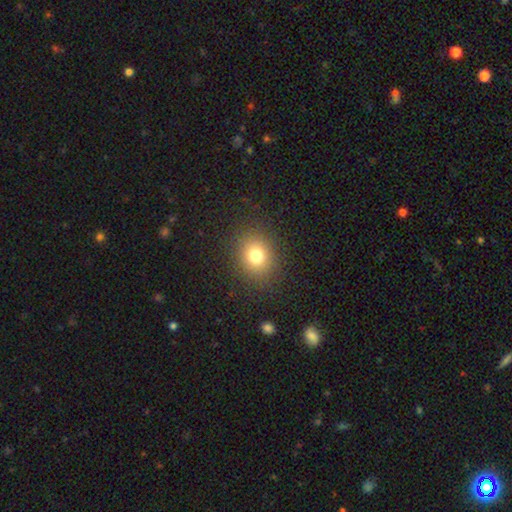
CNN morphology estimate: Smooth or featured: smooth — 77% (star or artifact — 14%)
How rounded: round — 63% (in between — 37%)
Merging: none — 87% (minor disturbance — 8%)